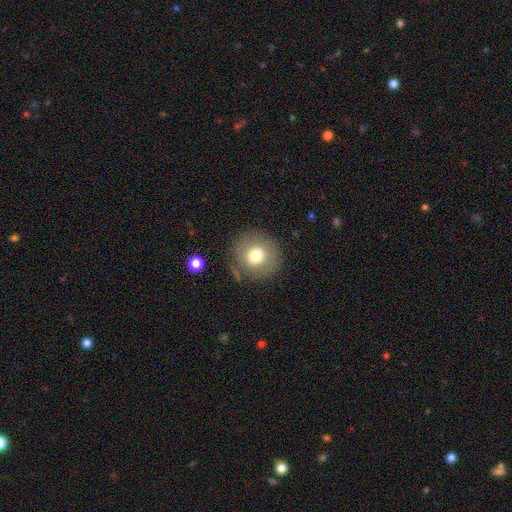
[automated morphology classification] type=smooth (73%); roundness=round (94%); merging=none (84%).